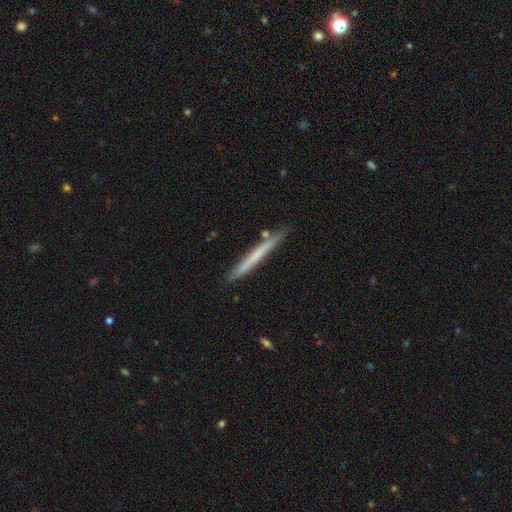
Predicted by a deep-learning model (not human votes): smooth 56%, featured or disk 39%, star or artifact 6%. Down the decision tree: how rounded — cigar-shaped (97%); merging — none (86%).